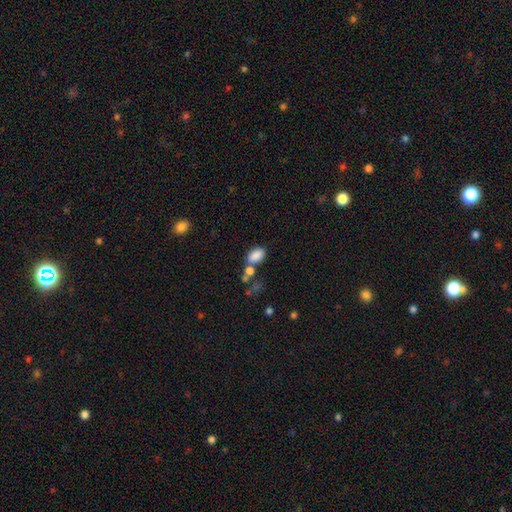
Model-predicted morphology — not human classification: smooth_or_featured: smooth (p=0.84) [alt: star or artifact p=0.09]
how_rounded: in between (p=0.89) [alt: round p=0.09]
merging: none (p=0.51) [alt: merger p=0.28]